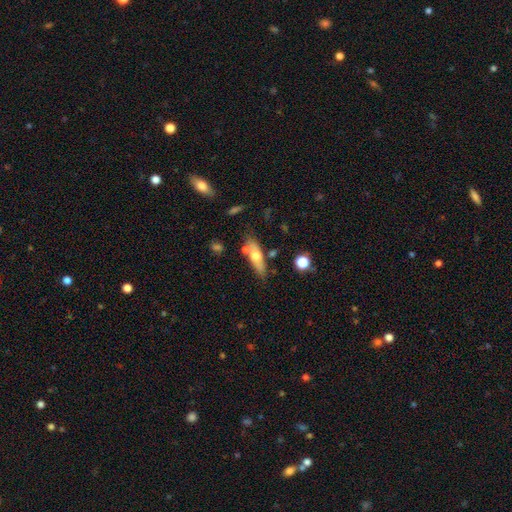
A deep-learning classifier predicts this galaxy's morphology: smooth_or_featured: smooth (p=0.56) [alt: featured or disk p=0.38]
how_rounded: in between (p=0.52) [alt: cigar-shaped p=0.44]
merging: none (p=0.67) [alt: minor disturbance p=0.16]